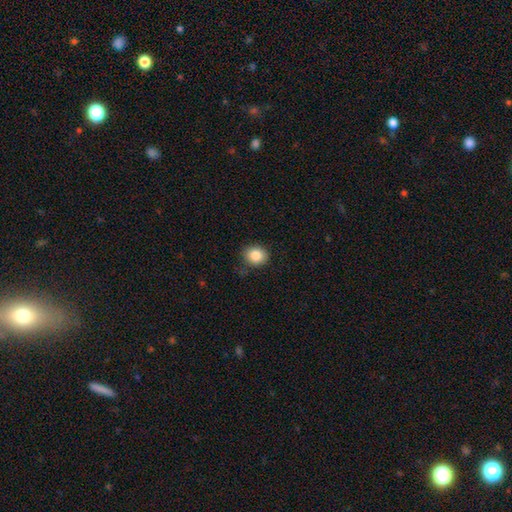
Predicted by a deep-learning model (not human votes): A smooth galaxy with no disk features (86%) that is round (69%).

Vote fractions:
- Smooth or featured? smooth: 86% / star or artifact: 9% / featured or disk: 5%
- How rounded? round: 69% / in between: 30% / cigar-shaped: 1%
- Merging? none: 83% / minor disturbance: 13% / major disturbance: 3% / merger: 2%